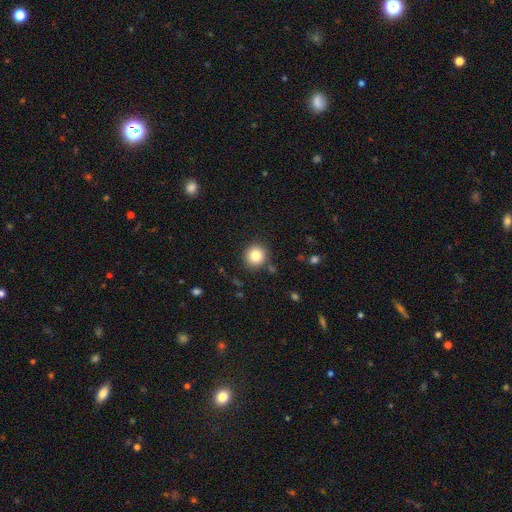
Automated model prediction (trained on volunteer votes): A smooth galaxy with no disk features (83%) that is round (92%). Merging: none (87%).